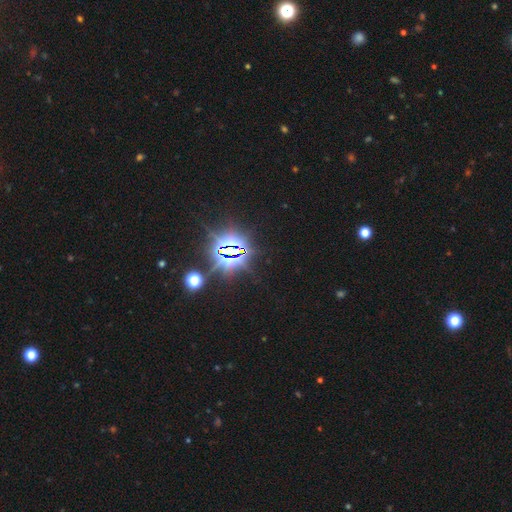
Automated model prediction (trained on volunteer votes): This is clearly a star or artifact rather than a galaxy (85%).